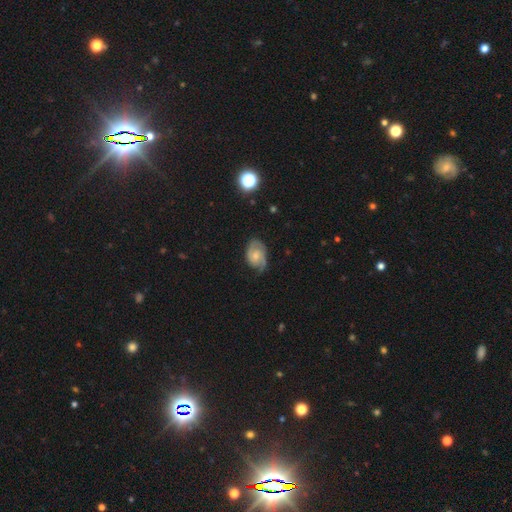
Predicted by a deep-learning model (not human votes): Overall: featured or disk (72%). Edge-on disk: no (97%). Bar: no (65%; weak 31%). Spiral arms: yes (93%). Spiral arm count: 2 (69%). Spiral winding: medium (42%, tied with tight). Bulge size: small (48%; moderate 38%). Merging: none (62%; minor disturbance 26%).